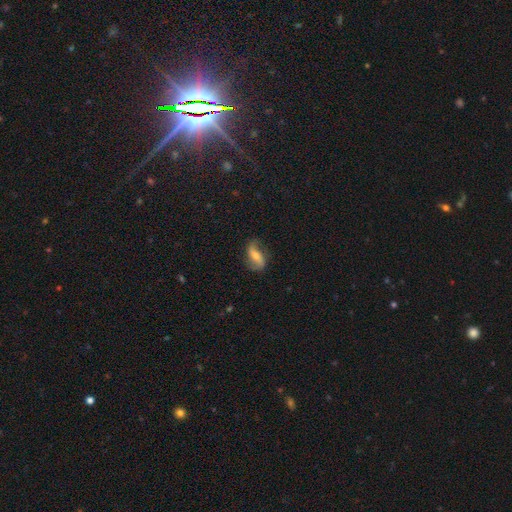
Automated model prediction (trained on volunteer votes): Smooth or featured: featured or disk — 68% (smooth — 24%)
Edge-on disk: no — 92% (yes — 8%)
Bar: strong — 35% (weak — 33%)
Spiral arms: yes — 91% (no — 9%)
Spiral winding: loose — 73% (medium — 19%)
Spiral arm count: 2 — 90% (can't tell — 4%)
Bulge size: moderate — 45% (small — 44%)
Merging: none — 74% (minor disturbance — 17%)